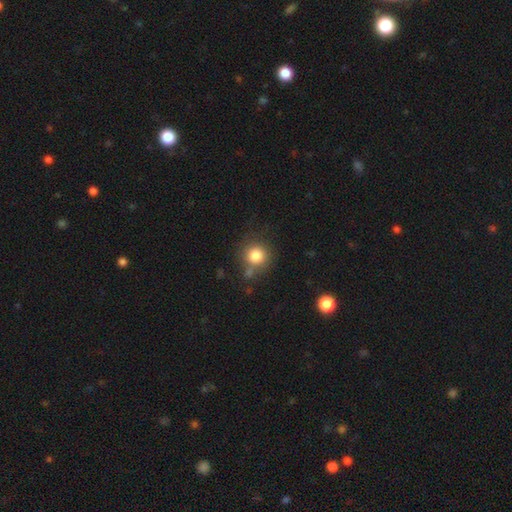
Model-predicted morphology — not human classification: This is clearly a smooth galaxy (82%). How rounded: clearly round (92%). Merging: likely none (73%).